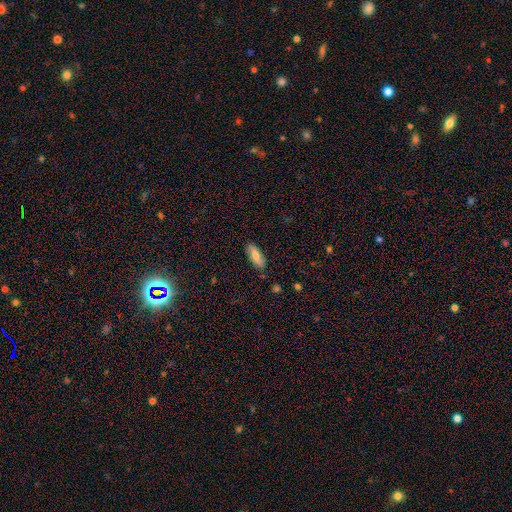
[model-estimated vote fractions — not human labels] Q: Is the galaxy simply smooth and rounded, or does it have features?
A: smooth — 71%.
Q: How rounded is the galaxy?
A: in between — 76%.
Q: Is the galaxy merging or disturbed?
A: none — 86%.